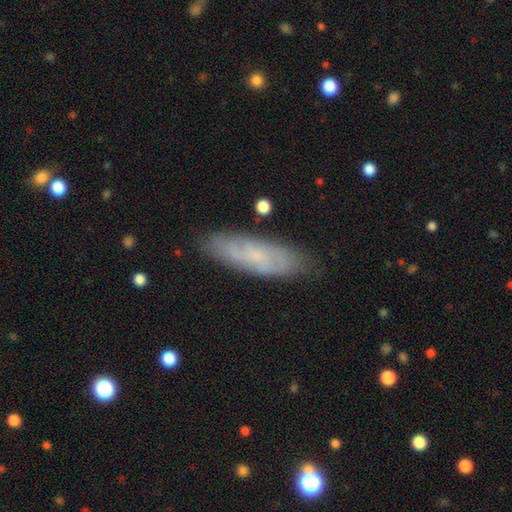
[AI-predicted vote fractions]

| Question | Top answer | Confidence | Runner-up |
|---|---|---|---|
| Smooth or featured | smooth | 46% | featured or disk (45%) |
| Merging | none | 81% | minor disturbance (14%) |